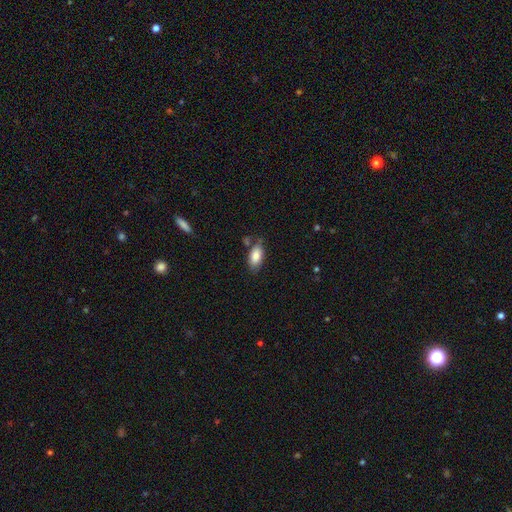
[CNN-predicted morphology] Smooth or featured: smooth — 84% (featured or disk — 9%)
How rounded: in between — 91% (cigar-shaped — 5%)
Merging: none — 69% (minor disturbance — 19%)